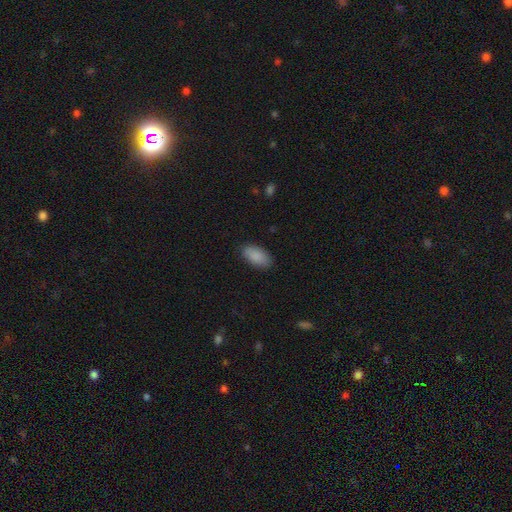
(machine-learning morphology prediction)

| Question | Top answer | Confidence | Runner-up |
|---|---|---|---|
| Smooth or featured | smooth | 89% | star or artifact (6%) |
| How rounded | in between | 94% | cigar-shaped (4%) |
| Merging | none | 87% | minor disturbance (10%) |